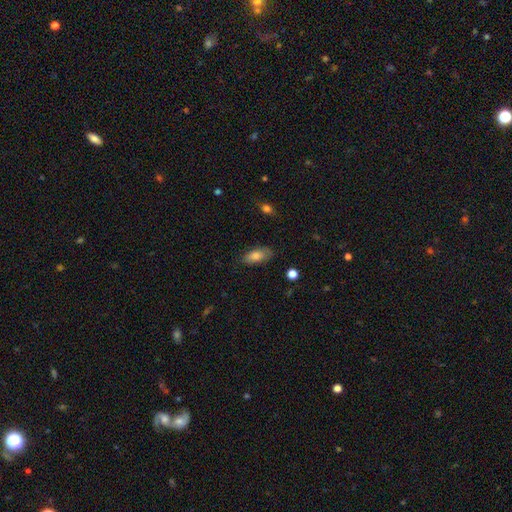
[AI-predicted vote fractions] smooth 79%, featured or disk 13%, star or artifact 7%. Down the decision tree: how rounded — in between (86%); merging — none (79%).